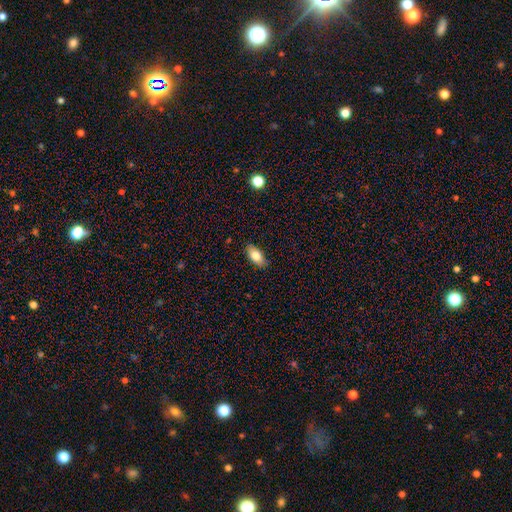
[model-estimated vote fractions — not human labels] The model was most divided on "smooth or featured": smooth: 79%, featured or disk: 13%, star or artifact: 7%. More confident: how rounded — in between (90%); merging — none (87%).